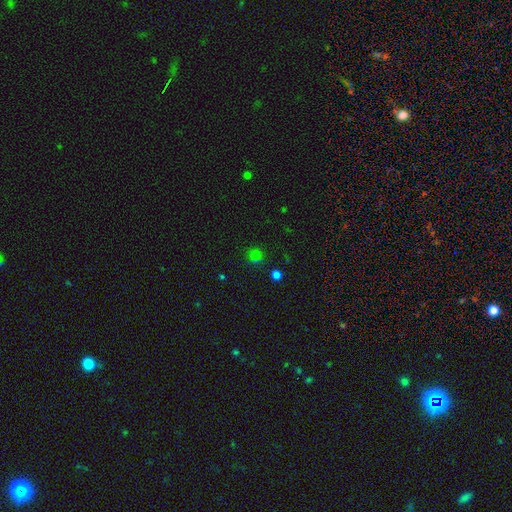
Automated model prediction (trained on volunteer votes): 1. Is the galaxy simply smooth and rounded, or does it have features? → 62% smooth, 30% star or artifact, 7% featured or disk.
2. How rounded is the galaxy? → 89% round, 10% in between, 1% cigar-shaped.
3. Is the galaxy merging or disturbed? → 79% none, 11% minor disturbance, 6% merger, 4% major disturbance.